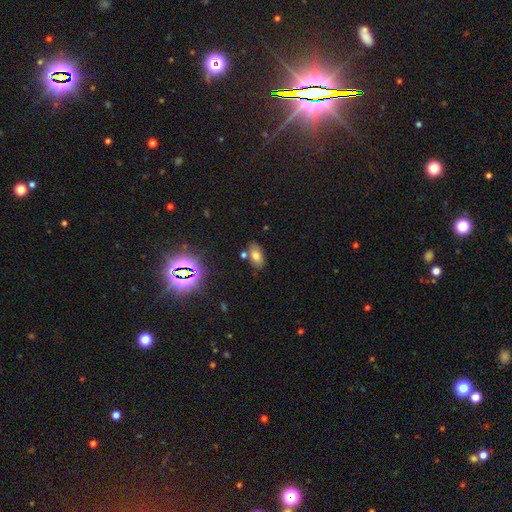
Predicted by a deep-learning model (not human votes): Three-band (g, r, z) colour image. It shows a smooth galaxy with no disk features (70%) that is in between round and cigar-shaped (90%). Merging: none (72%).